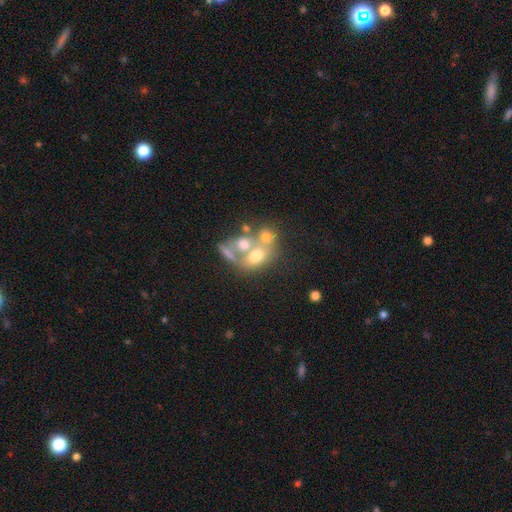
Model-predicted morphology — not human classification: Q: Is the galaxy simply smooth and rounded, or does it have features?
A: smooth — 53%.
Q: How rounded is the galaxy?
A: in between — 53%.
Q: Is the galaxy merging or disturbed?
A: merger — 55%.